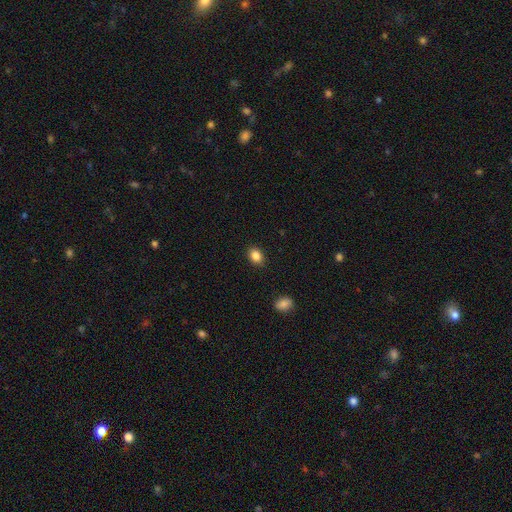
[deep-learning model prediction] Smooth or featured? Predicted: smooth (p=0.86). How rounded? Predicted: in between (p=0.69). Merging? Predicted: none (p=0.89).